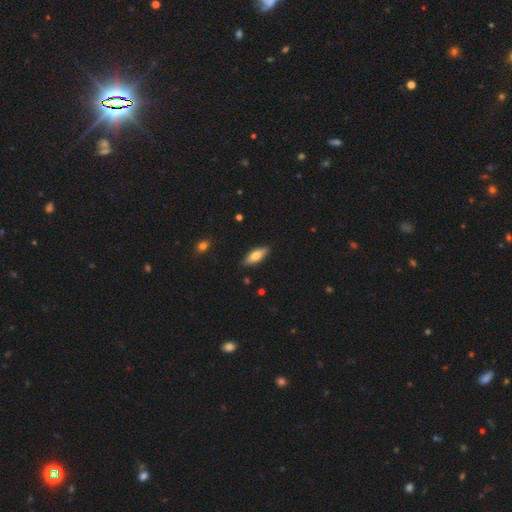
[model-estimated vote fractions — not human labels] Q: Smooth or featured?
A: smooth (65%); runner-up: featured or disk (28%)
Q: How rounded?
A: in between (59%); runner-up: cigar-shaped (39%)
Q: Merging?
A: none (87%); runner-up: minor disturbance (10%)